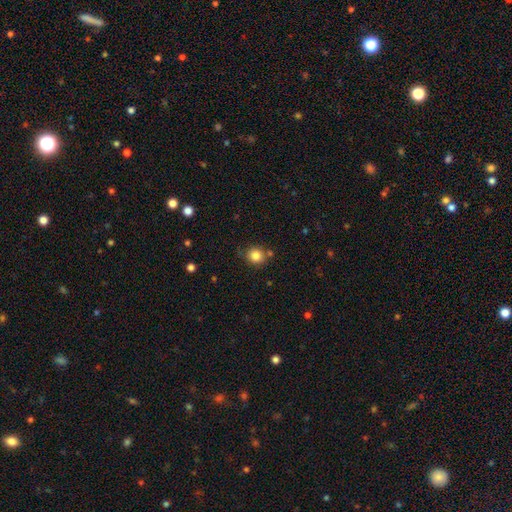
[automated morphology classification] A smooth galaxy with no disk features (83%) that is round (86%). Merging: none (76%).